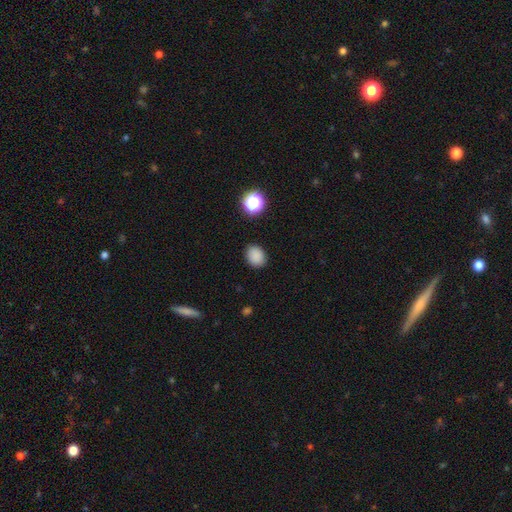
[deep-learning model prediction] This is clearly a smooth galaxy (85%). How rounded: possibly in between (53%). Merging: clearly none (87%).